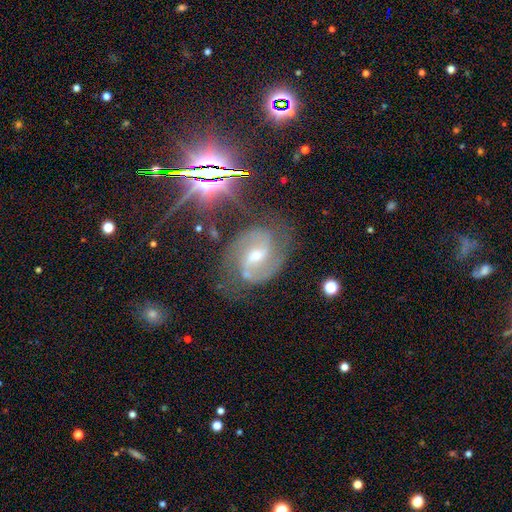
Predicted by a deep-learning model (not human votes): This appears to be a featured or disk galaxy (84%) with a weak bar (47%), 2 (88%) medium (58%) spiral arms (97%) and a moderate central bulge (52%). Merging: none (73%).